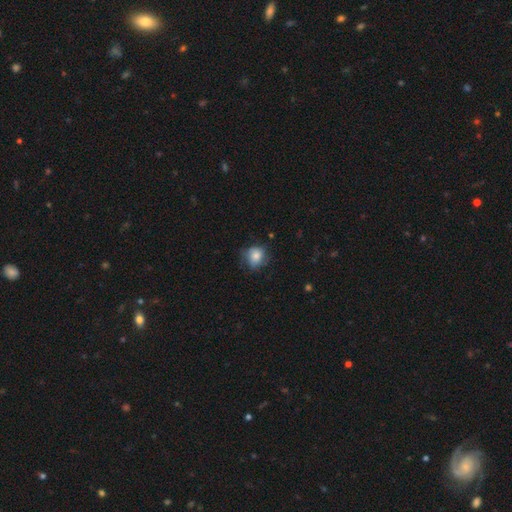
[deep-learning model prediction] smooth-or-featured: smooth: 71% | featured or disk: 20% | star or artifact: 9%
  how-rounded: round: 73% | in between: 26% | cigar-shaped: 1%
  merging: none: 60% | minor disturbance: 27% | major disturbance: 12% | merger: 1%